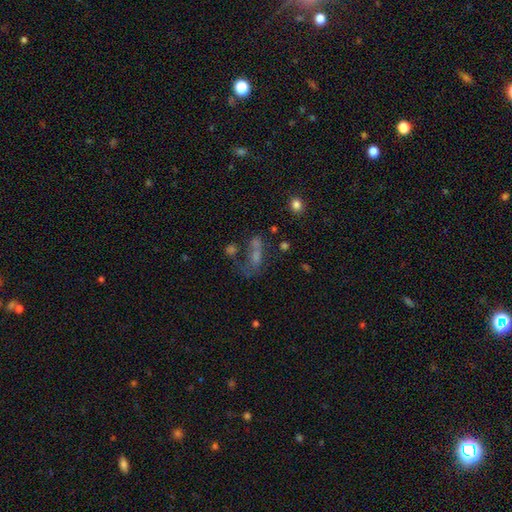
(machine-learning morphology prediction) This appears to be a smooth galaxy with no disk features (40%). Merging: major disturbance (32%).